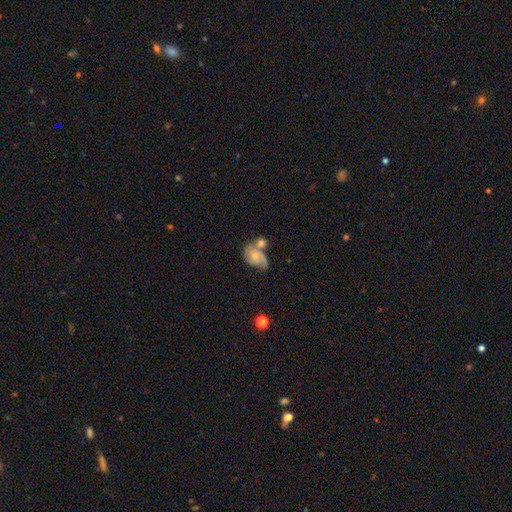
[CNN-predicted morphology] Q: Smooth or featured?
A: featured or disk (52%); runner-up: smooth (40%)
Q: Edge-on disk?
A: no (97%); runner-up: yes (3%)
Q: Bar?
A: no (74%); runner-up: weak (22%)
Q: Spiral arms?
A: yes (78%); runner-up: no (22%)
Q: Bulge size?
A: small (48%); runner-up: moderate (34%)
Q: Merging?
A: merger (41%); runner-up: none (26%)